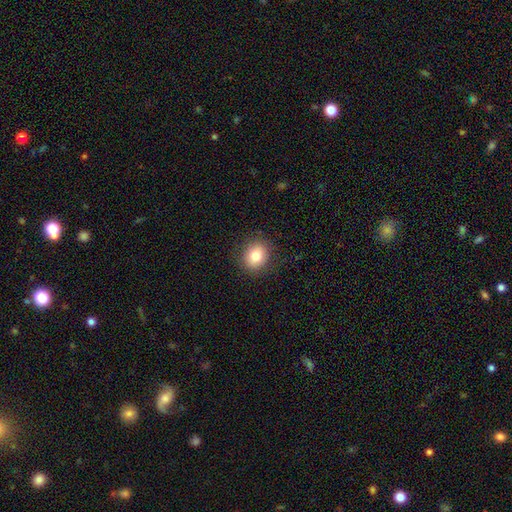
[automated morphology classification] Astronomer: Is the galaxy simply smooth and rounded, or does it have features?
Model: smooth — 81%.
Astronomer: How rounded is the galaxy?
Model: round — 68%.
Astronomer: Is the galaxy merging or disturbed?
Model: none — 88%.